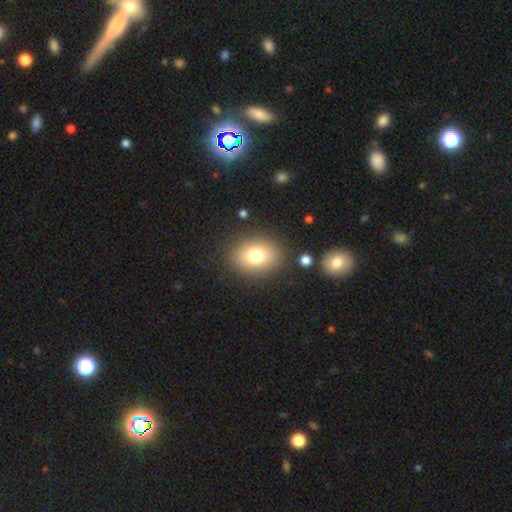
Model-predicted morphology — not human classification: A smooth galaxy with no disk features (76%) that is in between round and cigar-shaped (52%).

Vote fractions:
- Smooth or featured? smooth: 76% / star or artifact: 12% / featured or disk: 11%
- How rounded? in between: 52% / round: 47% / cigar-shaped: 1%
- Merging? none: 86% / minor disturbance: 8% / major disturbance: 3% / merger: 2%